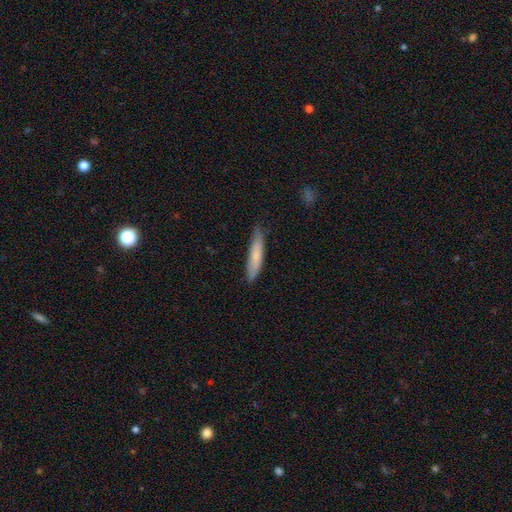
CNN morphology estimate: A smooth galaxy with no disk features (73%) that is cigar-shaped (88%). Merging: none (78%).